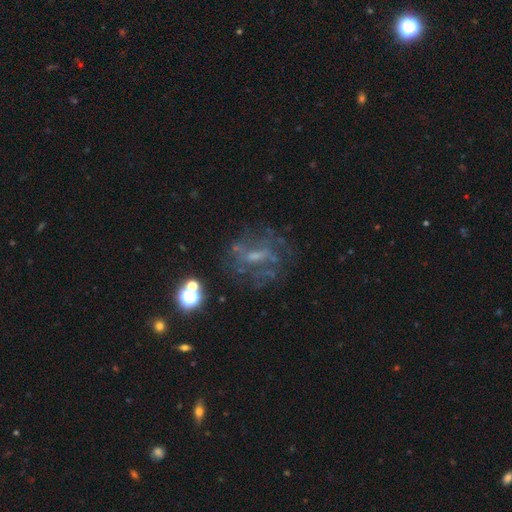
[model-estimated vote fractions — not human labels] Smooth or featured? featured or disk (62%)
Edge-on disk? no (94%)
Bar? weak (44%)
Spiral arms? yes (53%)
Bulge size? small (45%)
Merging? none (61%)